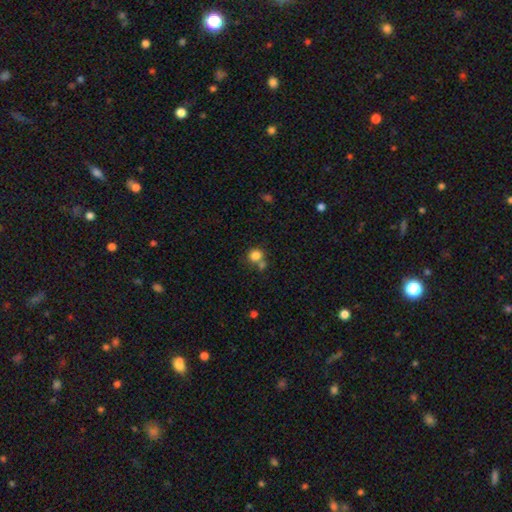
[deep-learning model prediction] A smooth galaxy with no disk features (82%) that is round (85%).

Vote fractions:
- Smooth or featured? smooth: 82% / star or artifact: 11% / featured or disk: 7%
- How rounded? round: 85% / in between: 14% / cigar-shaped: 1%
- Merging? none: 56% / merger: 29% / minor disturbance: 10% / major disturbance: 4%